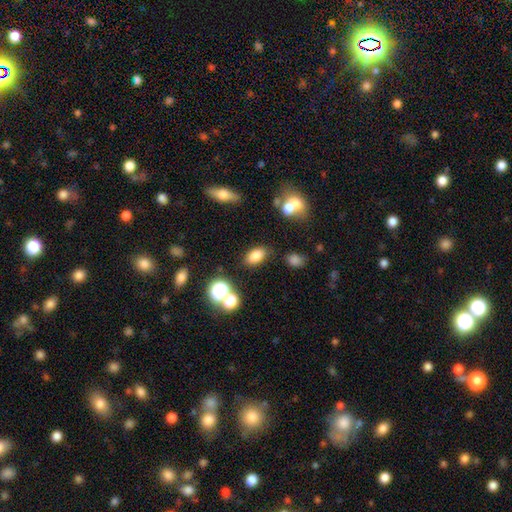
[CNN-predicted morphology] A smooth galaxy with no disk features (80%) that is in between round and cigar-shaped (87%). Merging: none (81%).